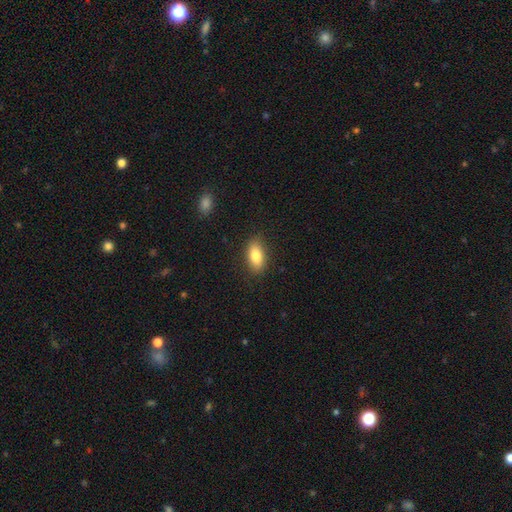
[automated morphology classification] Smooth or featured? smooth (83%)
How rounded? in between (87%)
Merging? none (86%)